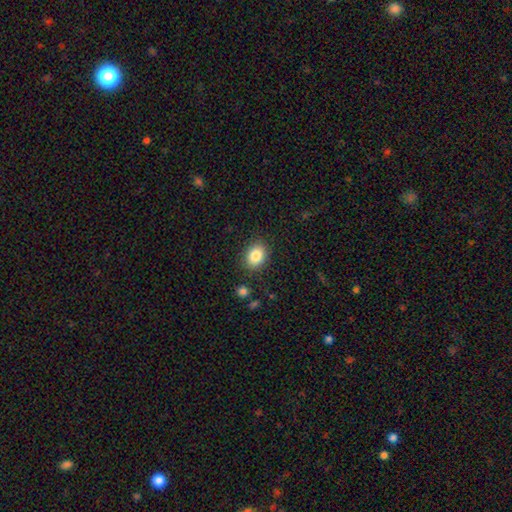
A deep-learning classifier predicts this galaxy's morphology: The model was most divided on "how rounded": in between: 61%, round: 38%, cigar-shaped: 1%. More confident: merging — none (86%); smooth or featured — smooth (85%).